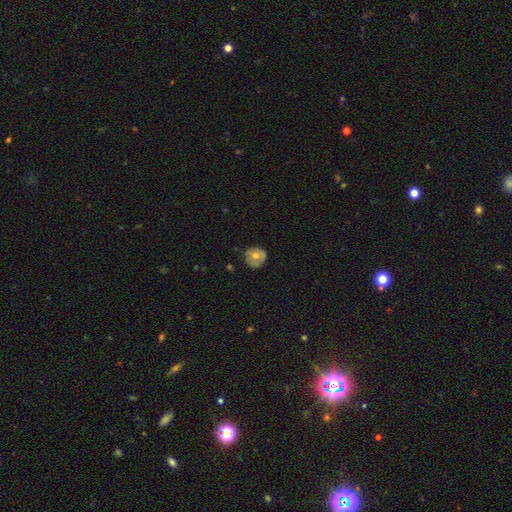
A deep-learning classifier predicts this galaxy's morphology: smooth_or_featured: smooth (p=0.61) [alt: featured or disk p=0.31]
how_rounded: round (p=0.86) [alt: in between p=0.13]
merging: none (p=0.75) [alt: minor disturbance p=0.20]